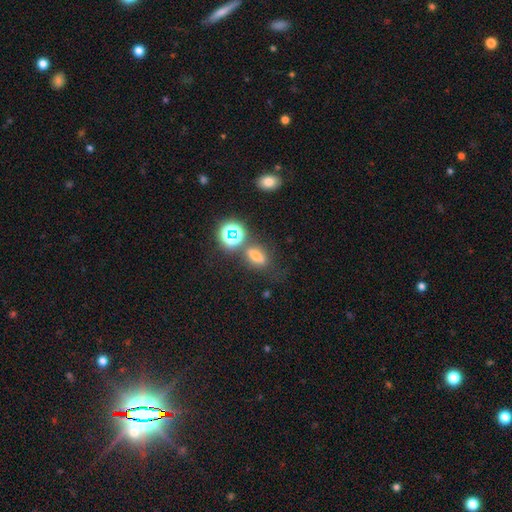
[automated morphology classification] Smooth or featured? Predicted: smooth (p=0.59). How rounded? Predicted: in between (p=0.65). Merging? Predicted: none (p=0.64).